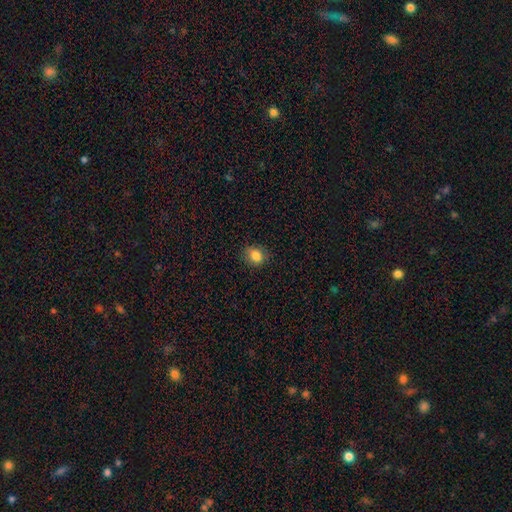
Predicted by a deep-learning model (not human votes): This is clearly a smooth galaxy (84%). How rounded: likely round (64%). Merging: clearly none (85%).